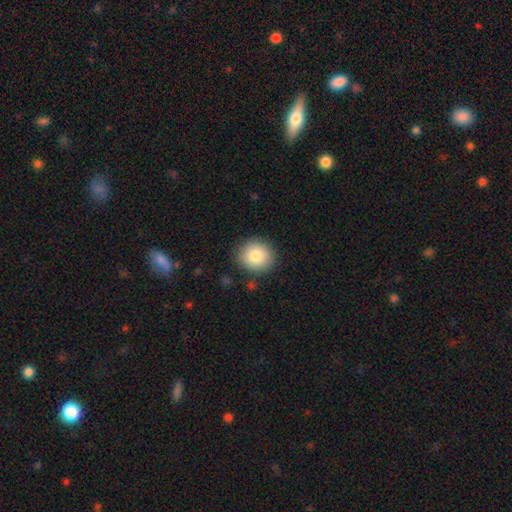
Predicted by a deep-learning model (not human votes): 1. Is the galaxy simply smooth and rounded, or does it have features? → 85% smooth, 8% star or artifact, 7% featured or disk.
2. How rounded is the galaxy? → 88% round, 11% in between, 1% cigar-shaped.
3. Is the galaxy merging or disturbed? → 88% none, 8% minor disturbance, 2% major disturbance, 2% merger.